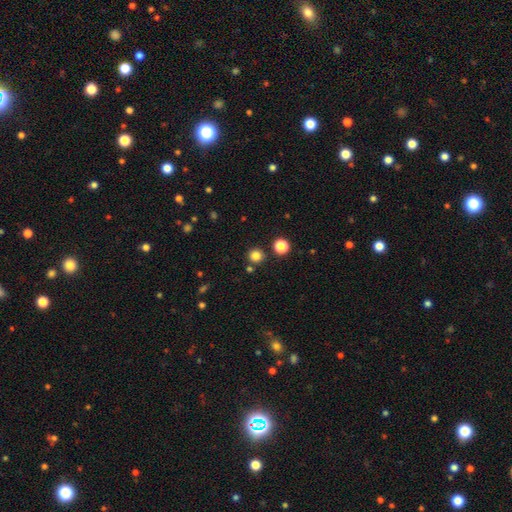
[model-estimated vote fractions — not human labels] A smooth galaxy with no disk features (81%) that is round (94%). Merging: none (86%).